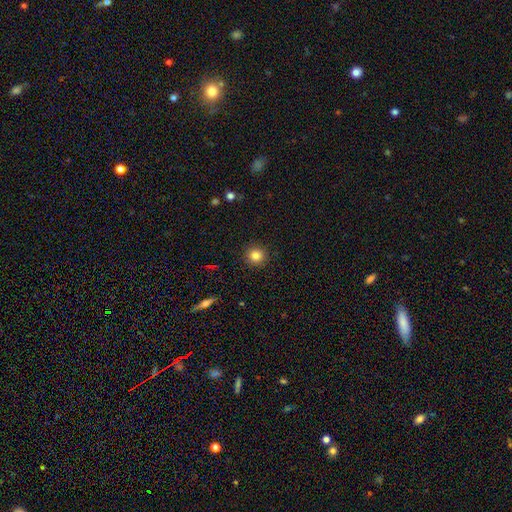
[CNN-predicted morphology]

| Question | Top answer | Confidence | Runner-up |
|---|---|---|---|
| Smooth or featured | smooth | 84% | star or artifact (11%) |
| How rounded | round | 91% | in between (8%) |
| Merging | none | 92% | minor disturbance (6%) |